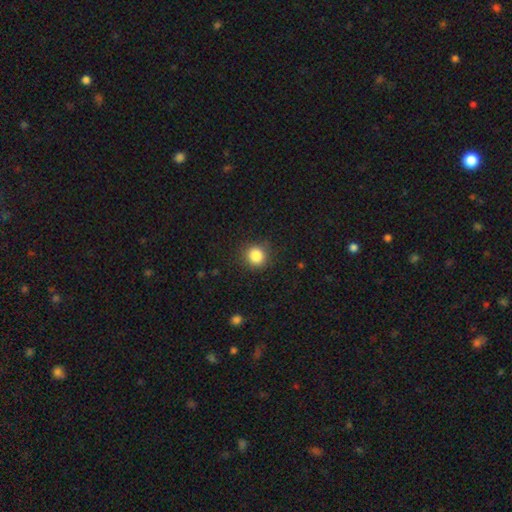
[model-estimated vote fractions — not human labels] The model was most divided on "smooth or featured": smooth: 85%, star or artifact: 11%, featured or disk: 4%. More confident: how rounded — round (91%); merging — none (88%).